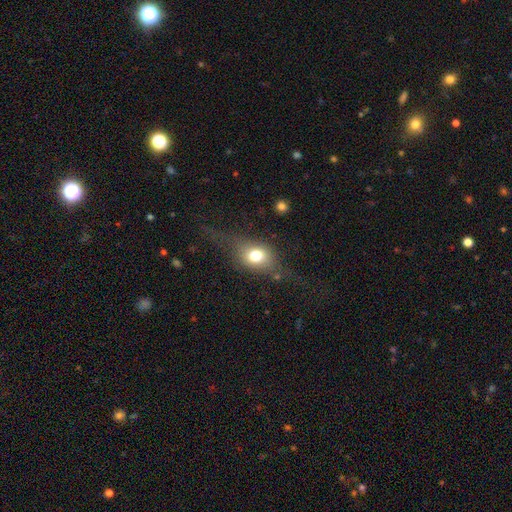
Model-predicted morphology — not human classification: This is likely a smooth galaxy (62%). How rounded: possibly in between (51%). Merging: possibly none (58%).